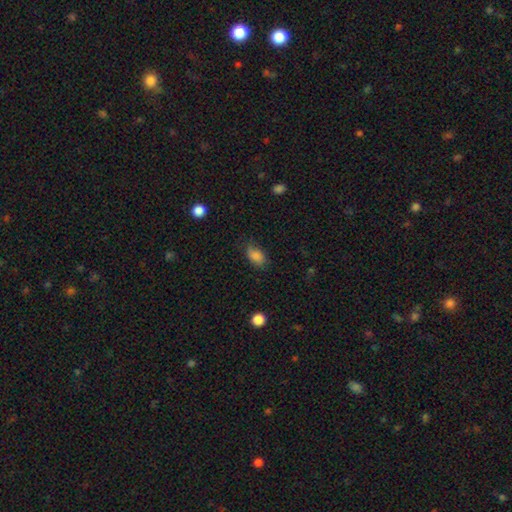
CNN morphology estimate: A smooth galaxy with no disk features (85%) that is in between round and cigar-shaped (88%).

Vote fractions:
- Smooth or featured? smooth: 85% / star or artifact: 9% / featured or disk: 7%
- How rounded? in between: 88% / round: 10% / cigar-shaped: 2%
- Merging? none: 70% / minor disturbance: 23% / major disturbance: 6% / merger: 1%